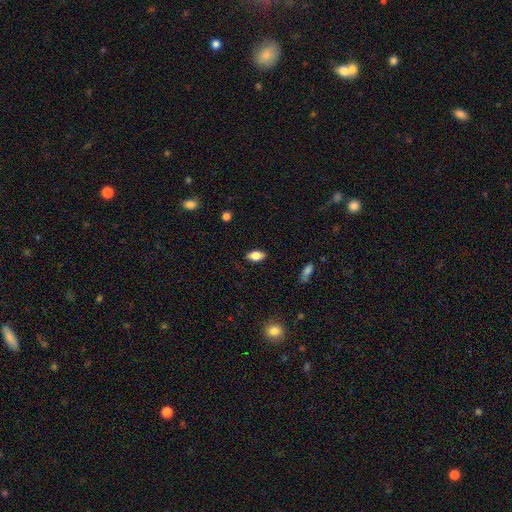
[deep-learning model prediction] Smooth or featured: smooth — 81% (featured or disk — 11%)
How rounded: in between — 89% (round — 6%)
Merging: none — 85% (minor disturbance — 12%)